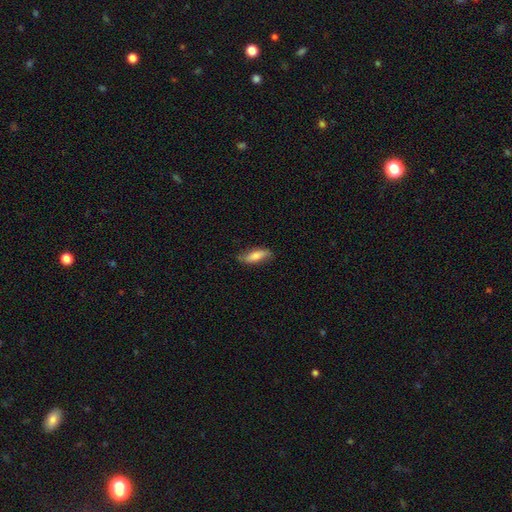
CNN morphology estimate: Smooth or featured?
  - smooth: 67% *
  - featured or disk: 26%
  - star or artifact: 6%
How rounded?
  - in between: 53% *
  - cigar-shaped: 45%
  - round: 2%
Merging?
  - none: 74% *
  - minor disturbance: 21%
  - major disturbance: 4%
  - merger: 1%